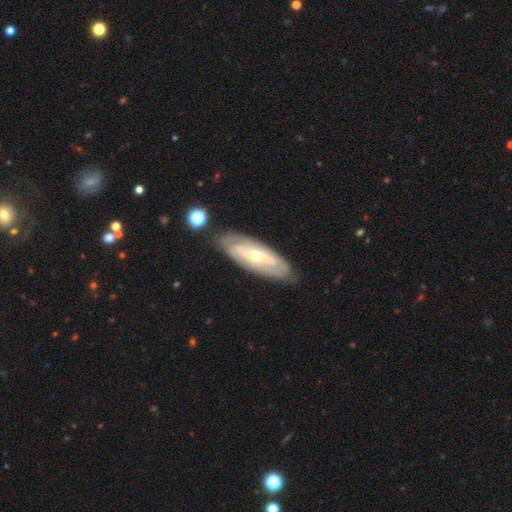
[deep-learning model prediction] Smooth or featured? featured or disk (74%)
Edge-on disk? no (83%)
Bar? no (56%)
Spiral arms? yes (75%)
Bulge size? small (54%)
Merging? none (81%)